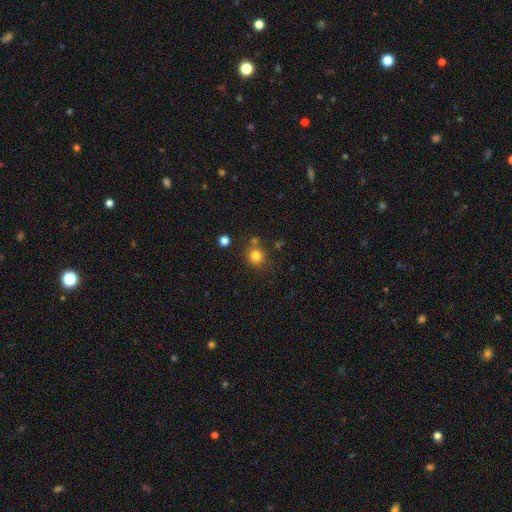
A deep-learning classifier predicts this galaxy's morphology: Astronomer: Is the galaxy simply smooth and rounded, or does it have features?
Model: smooth — 81%.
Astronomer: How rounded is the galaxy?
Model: round — 86%.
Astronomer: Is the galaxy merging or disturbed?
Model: none — 76%.